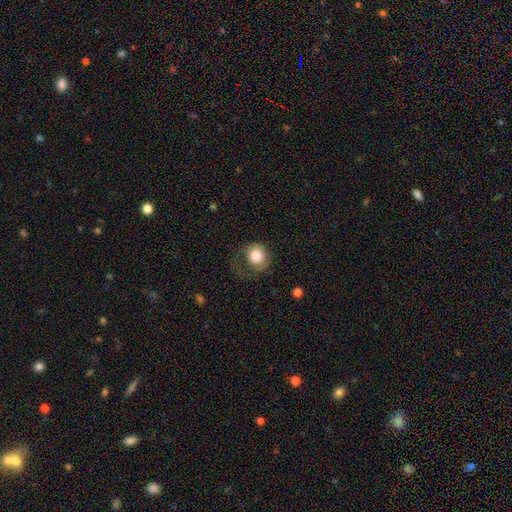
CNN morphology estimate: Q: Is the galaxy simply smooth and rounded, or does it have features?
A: smooth — 78%.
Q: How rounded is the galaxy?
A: round — 80%.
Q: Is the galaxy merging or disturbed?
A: none — 42%.